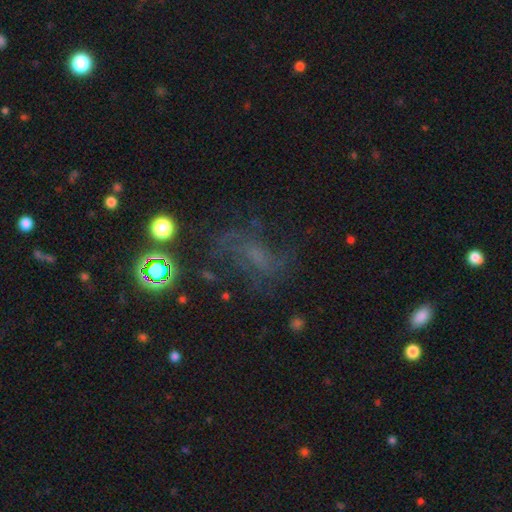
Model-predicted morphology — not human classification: Smooth or featured?
  - featured or disk: 38% *
  - star or artifact: 33%
  - smooth: 29%
Merging?
  - none: 55% *
  - major disturbance: 23%
  - minor disturbance: 19%
  - merger: 3%